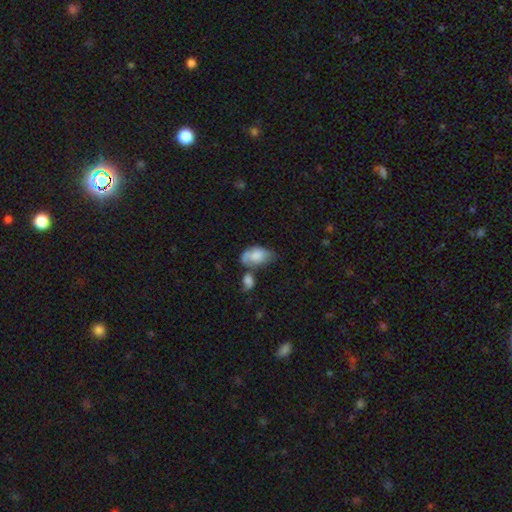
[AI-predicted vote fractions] This is likely a smooth galaxy (73%). How rounded: clearly in between (91%). Merging: marginally merger (31%).